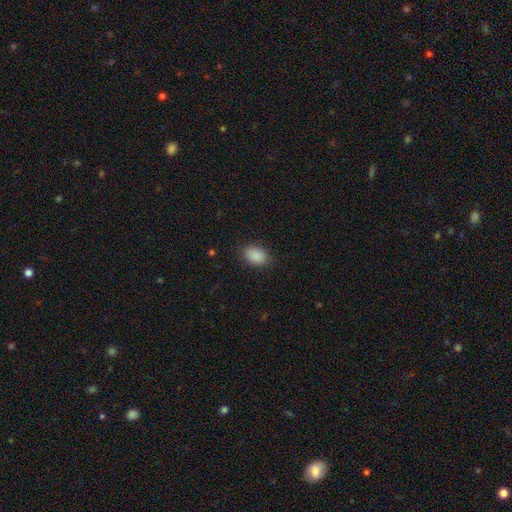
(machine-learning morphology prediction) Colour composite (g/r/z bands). It shows a smooth galaxy with no disk features (89%) that is in between round and cigar-shaped (84%). Merging: none (85%).